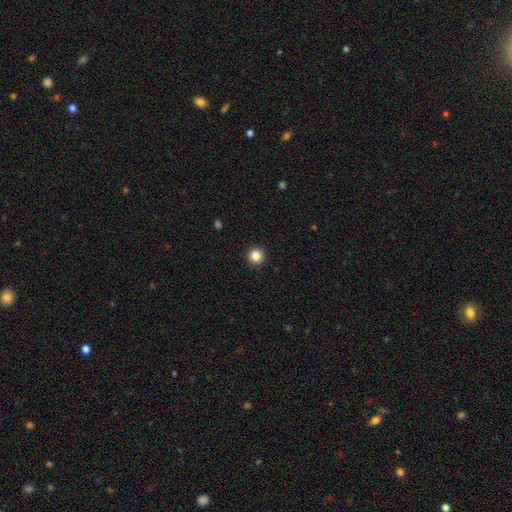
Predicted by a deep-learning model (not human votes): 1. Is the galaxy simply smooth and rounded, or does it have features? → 85% smooth, 11% star or artifact, 4% featured or disk.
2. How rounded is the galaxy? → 96% round, 3% in between, 1% cigar-shaped.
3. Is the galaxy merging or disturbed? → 93% none, 4% minor disturbance, 2% major disturbance, 1% merger.